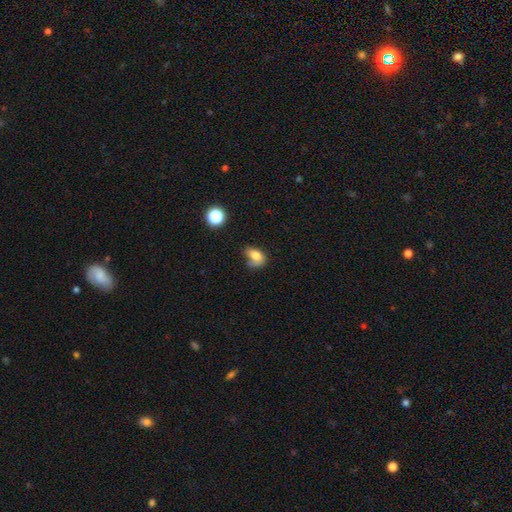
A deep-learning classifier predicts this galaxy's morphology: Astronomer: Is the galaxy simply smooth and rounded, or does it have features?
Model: smooth — 73%.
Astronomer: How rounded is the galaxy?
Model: in between — 76%.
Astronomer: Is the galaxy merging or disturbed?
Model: none — 37% (runner-up: minor disturbance, 32%).